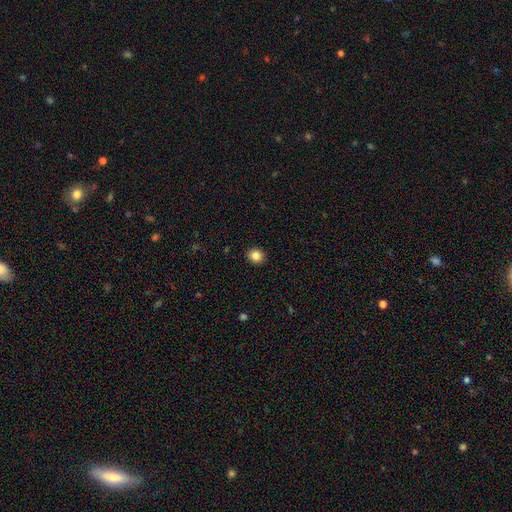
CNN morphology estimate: smooth_or_featured: smooth (p=0.85) [alt: star or artifact p=0.10]
how_rounded: round (p=0.79) [alt: in between p=0.20]
merging: none (p=0.92) [alt: minor disturbance p=0.06]